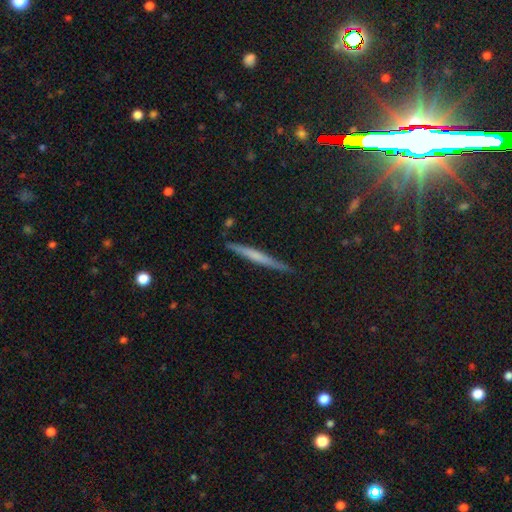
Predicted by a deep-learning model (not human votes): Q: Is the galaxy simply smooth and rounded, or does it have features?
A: smooth — 48%.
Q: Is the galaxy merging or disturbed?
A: none — 88%.